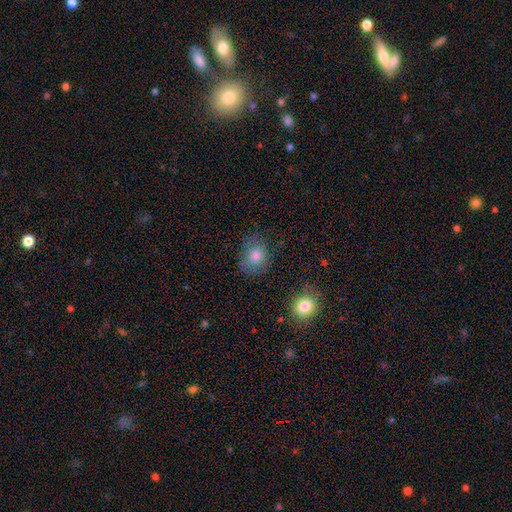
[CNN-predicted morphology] This is likely a smooth galaxy (78%). How rounded: possibly round (57%). Merging: likely none (72%).